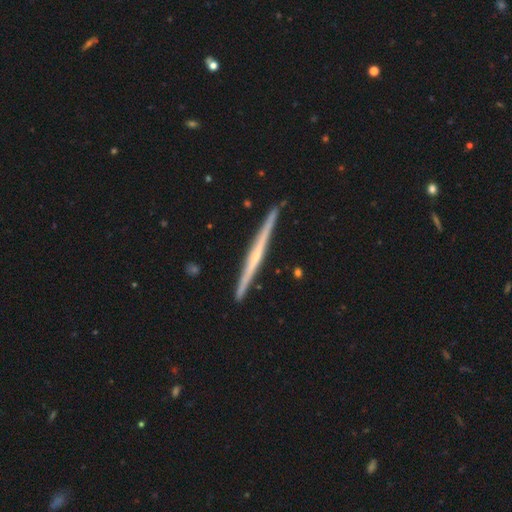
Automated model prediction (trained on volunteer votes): This appears to be a featured or disk galaxy (75%) viewed edge-on (98%) with no central bulge (53%). Merging: none (90%).